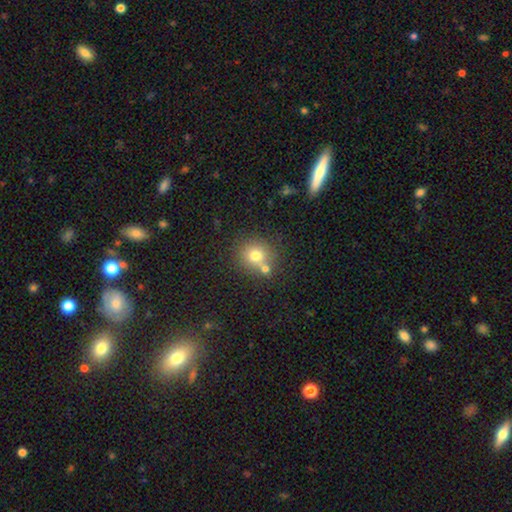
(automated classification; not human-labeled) Smooth or featured? smooth (73%)
How rounded? round (86%)
Merging? none (59%)